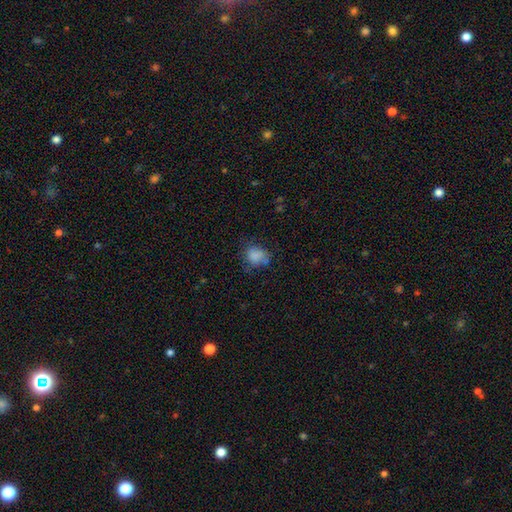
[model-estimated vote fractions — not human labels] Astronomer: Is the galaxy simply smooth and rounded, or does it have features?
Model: smooth — 79%.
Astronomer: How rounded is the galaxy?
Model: round — 57% (runner-up: in between, 42%).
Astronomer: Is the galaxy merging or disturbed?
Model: none — 56%.